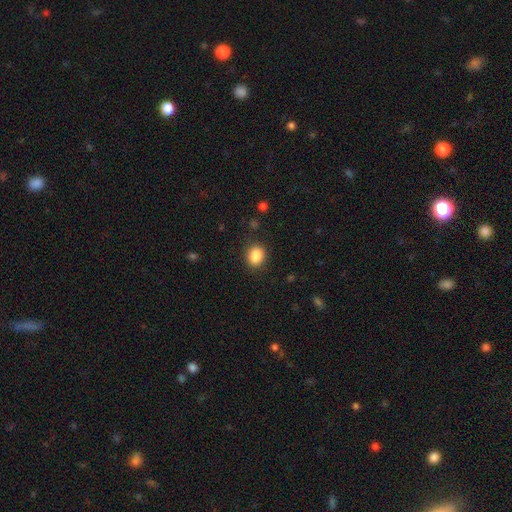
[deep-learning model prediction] Morphology: type=smooth (87%); roundness=round (51%); merging=none (85%).